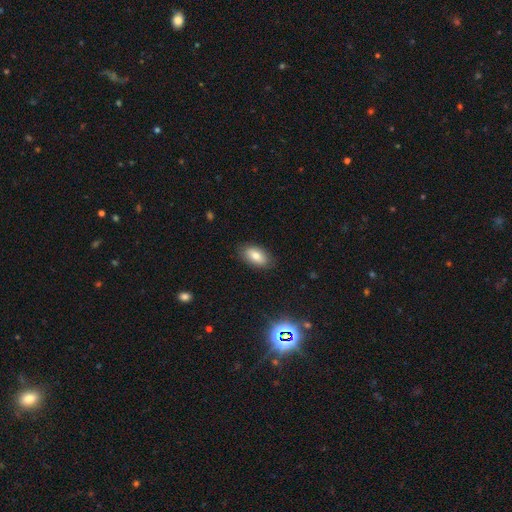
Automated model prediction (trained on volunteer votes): Smooth or featured? Predicted: smooth (p=0.78). How rounded? Predicted: in between (p=0.92). Merging? Predicted: none (p=0.85).